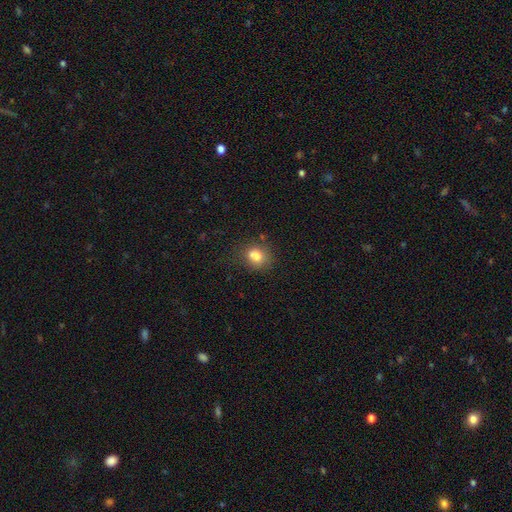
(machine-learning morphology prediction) smooth-or-featured: smooth: 78% | star or artifact: 11% | featured or disk: 11%
  how-rounded: round: 54% | in between: 44% | cigar-shaped: 1%
  merging: none: 57% | minor disturbance: 20% | merger: 16% | major disturbance: 7%